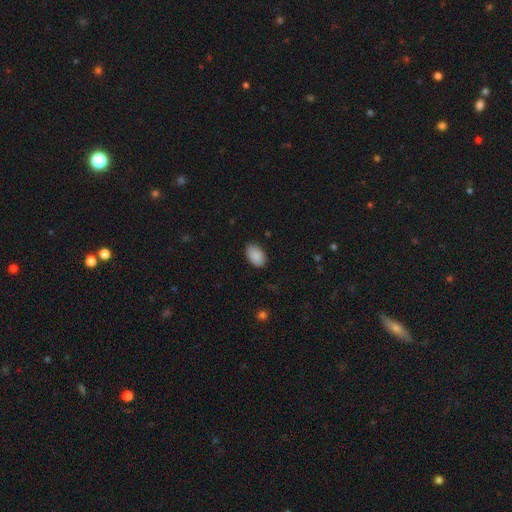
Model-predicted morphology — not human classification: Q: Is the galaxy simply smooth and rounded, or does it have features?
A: smooth — 90%.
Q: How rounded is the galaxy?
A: in between — 91%.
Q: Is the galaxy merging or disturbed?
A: none — 85%.